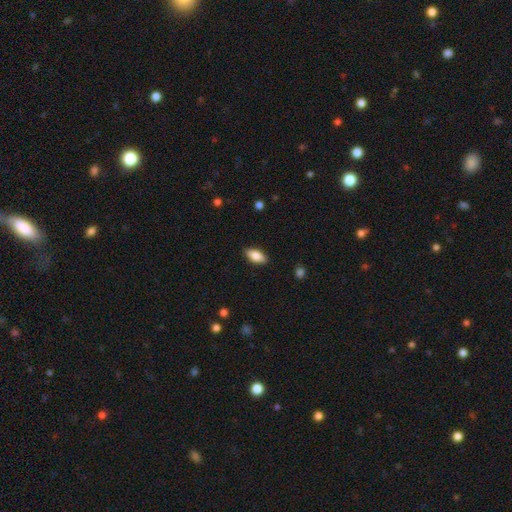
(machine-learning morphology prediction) This appears to be a smooth galaxy with no disk features (82%) that is in between round and cigar-shaped (87%). Merging: none (87%).